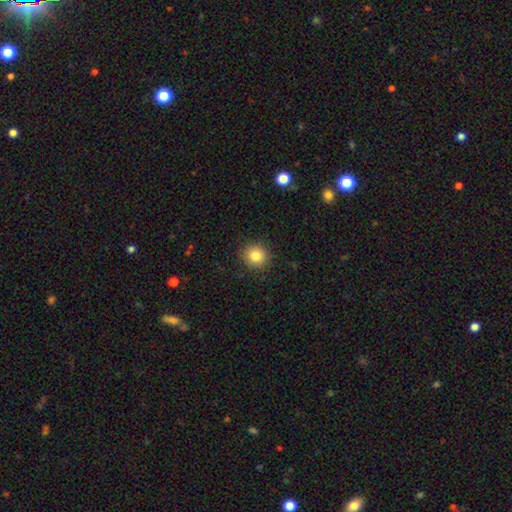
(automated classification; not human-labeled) This is clearly a smooth galaxy (83%). How rounded: clearly round (89%). Merging: clearly none (90%).